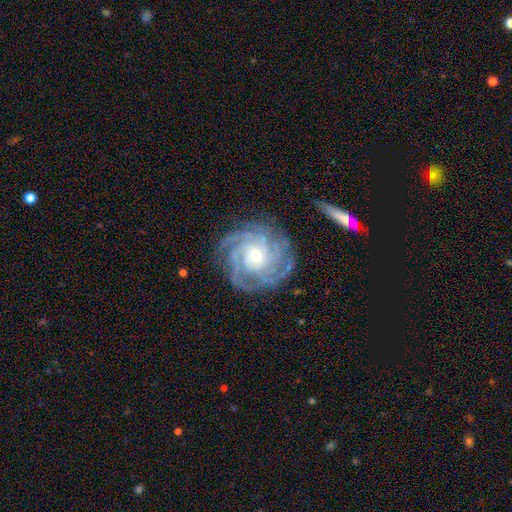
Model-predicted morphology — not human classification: type=featured or disk (90%); edge-on=no (97%); bar=no (64%); spiral arms=yes (98%); winding=tight (75%); arm count=4 (30%); bulge=small (56%); merging=none (81%).